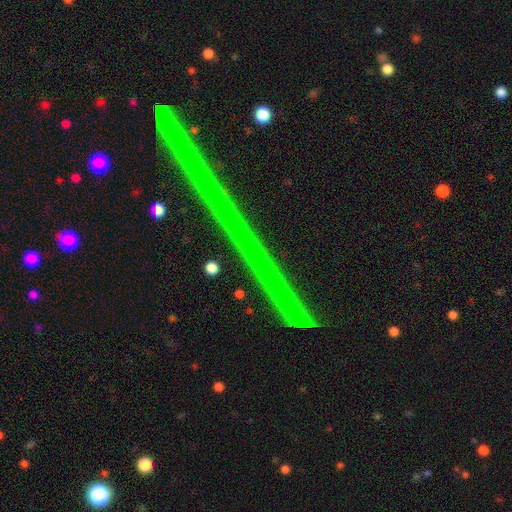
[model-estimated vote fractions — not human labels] The model was most divided on "smooth or featured": star or artifact: 63%, featured or disk: 26%, smooth: 11%.